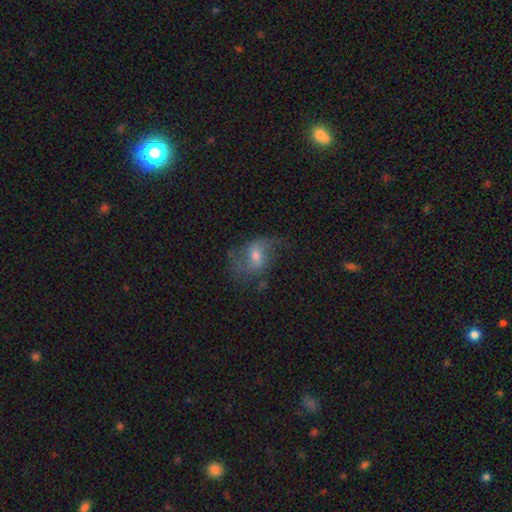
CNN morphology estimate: Smooth or featured: featured or disk — 59% (smooth — 29%)
Edge-on disk: no — 95% (yes — 5%)
Bar: weak — 47% (no — 37%)
Spiral arms: yes — 81% (no — 19%)
Bulge size: moderate — 51% (small — 37%)
Merging: none — 54% (minor disturbance — 23%)